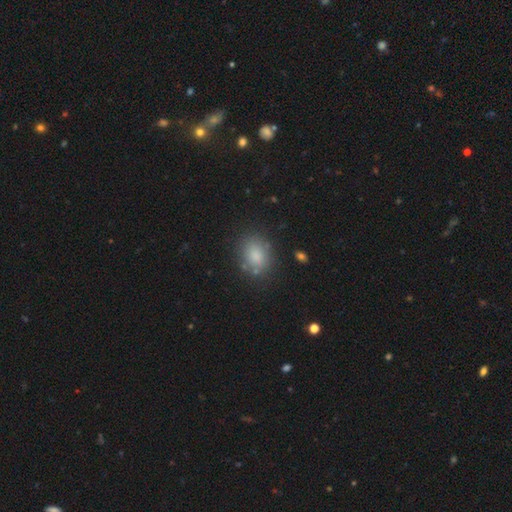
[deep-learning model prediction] The model was most divided on "how rounded": in between: 60%, round: 38%, cigar-shaped: 1%. More confident: smooth or featured — smooth (82%); merging — none (78%).